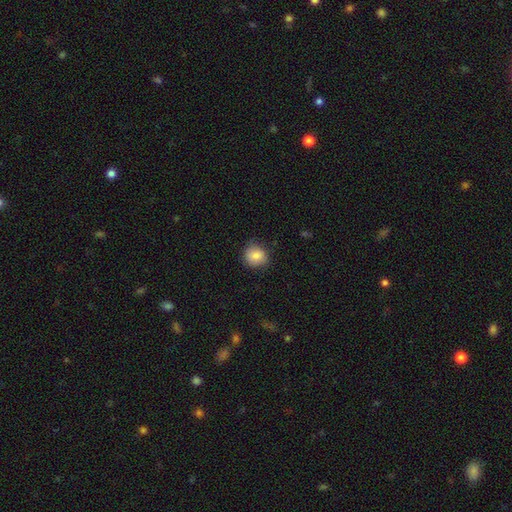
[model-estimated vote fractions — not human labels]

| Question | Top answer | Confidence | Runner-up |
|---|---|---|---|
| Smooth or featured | smooth | 84% | star or artifact (9%) |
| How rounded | round | 82% | in between (18%) |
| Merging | none | 79% | minor disturbance (17%) |